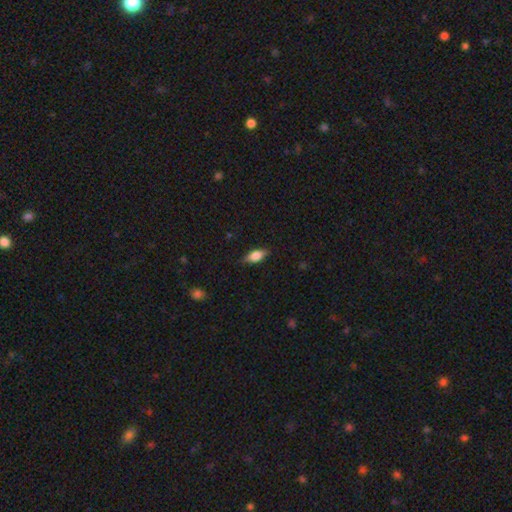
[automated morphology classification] Overall: smooth (73%). How rounded: in between (82%). Merging: none (81%).